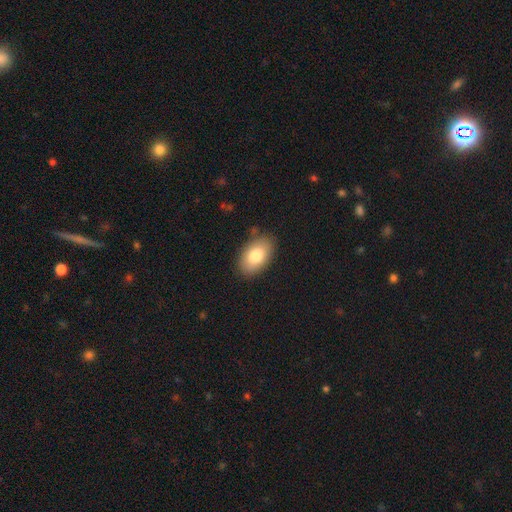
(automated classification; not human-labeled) Smooth or featured? smooth (79%)
How rounded? in between (92%)
Merging? none (84%)